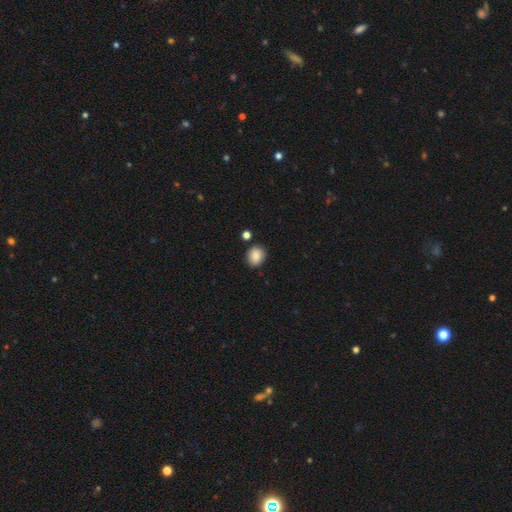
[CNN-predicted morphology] This appears to be a smooth galaxy with no disk features (87%) that is round (66%). Merging: none (84%).